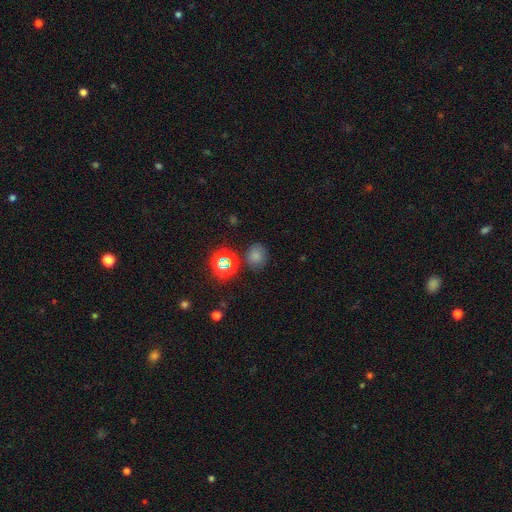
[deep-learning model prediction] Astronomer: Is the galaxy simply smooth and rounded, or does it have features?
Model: smooth — 71%.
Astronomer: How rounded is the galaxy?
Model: round — 71%.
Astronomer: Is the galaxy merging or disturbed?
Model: none — 77%.